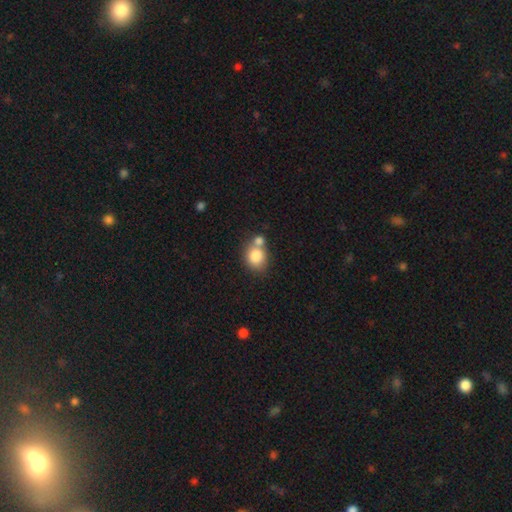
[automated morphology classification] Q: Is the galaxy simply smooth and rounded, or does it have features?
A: smooth — 82%.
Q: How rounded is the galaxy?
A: round — 66%.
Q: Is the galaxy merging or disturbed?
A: none — 44%.